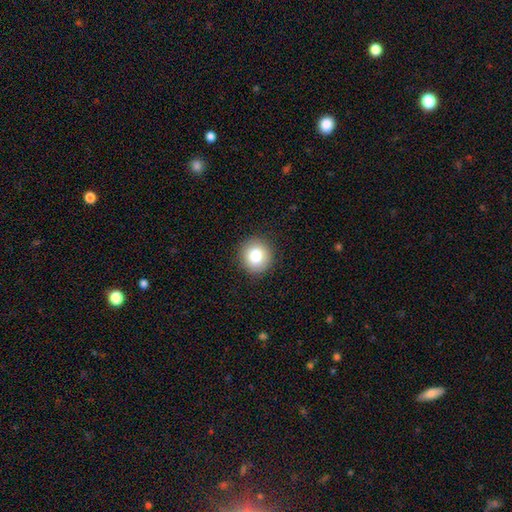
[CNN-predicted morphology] Smooth or featured? Predicted: smooth (p=0.80). How rounded? Predicted: round (p=0.90). Merging? Predicted: none (p=0.90).